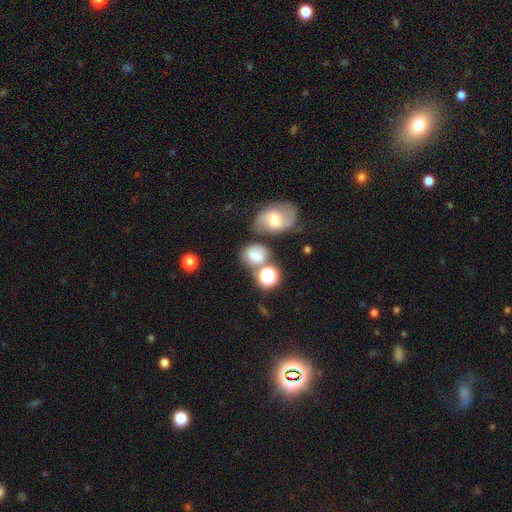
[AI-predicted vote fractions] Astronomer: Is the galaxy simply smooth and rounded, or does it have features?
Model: smooth — 65%.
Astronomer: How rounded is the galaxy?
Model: in between — 56% (runner-up: round, 42%).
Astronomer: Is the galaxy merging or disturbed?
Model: none — 50%.